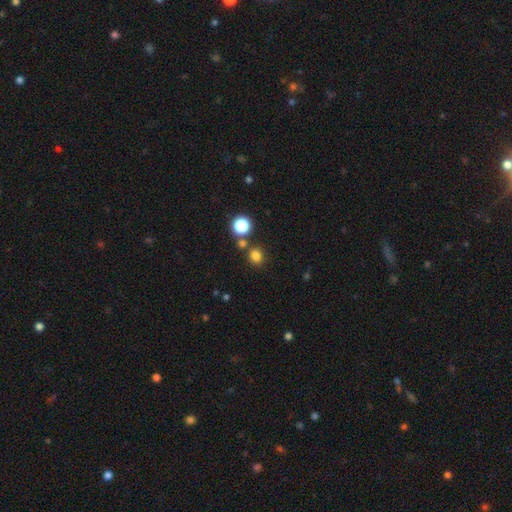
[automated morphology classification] smooth-or-featured: smooth: 78% | star or artifact: 17% | featured or disk: 5%
  how-rounded: round: 81% | in between: 18% | cigar-shaped: 1%
  merging: none: 78% | merger: 11% | minor disturbance: 8% | major disturbance: 3%